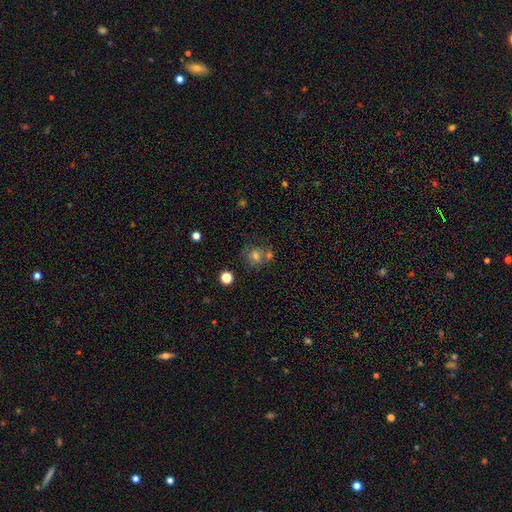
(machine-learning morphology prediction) Q: Smooth or featured?
A: smooth (56%); runner-up: star or artifact (23%)
Q: How rounded?
A: round (81%); runner-up: in between (18%)
Q: Merging?
A: none (58%); runner-up: merger (23%)